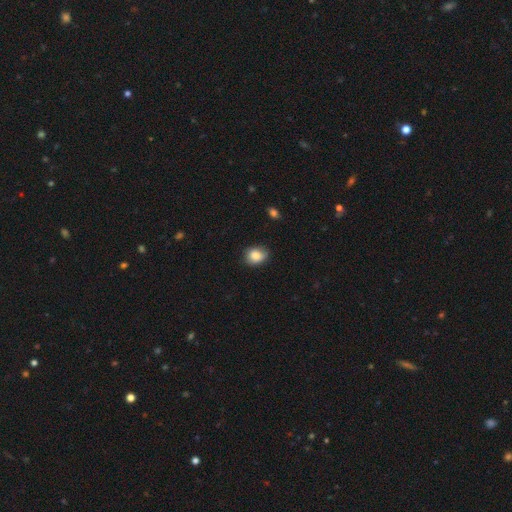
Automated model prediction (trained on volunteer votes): Q: Smooth or featured?
A: smooth (82%); runner-up: featured or disk (9%)
Q: How rounded?
A: round (53%); runner-up: in between (46%)
Q: Merging?
A: none (67%); runner-up: minor disturbance (27%)